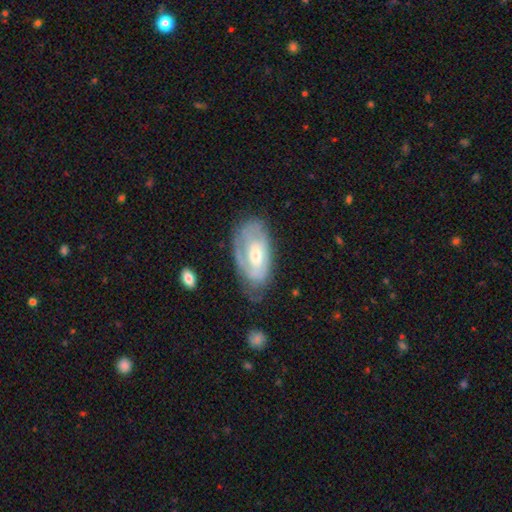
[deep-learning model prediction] Smooth or featured? Predicted: featured or disk (p=0.66). Edge-on disk? Predicted: no (p=0.93). Bar? Predicted: no (p=0.55). Spiral arms? Predicted: yes (p=0.74). Bulge size? Predicted: moderate (p=0.60). Merging? Predicted: none (p=0.58).